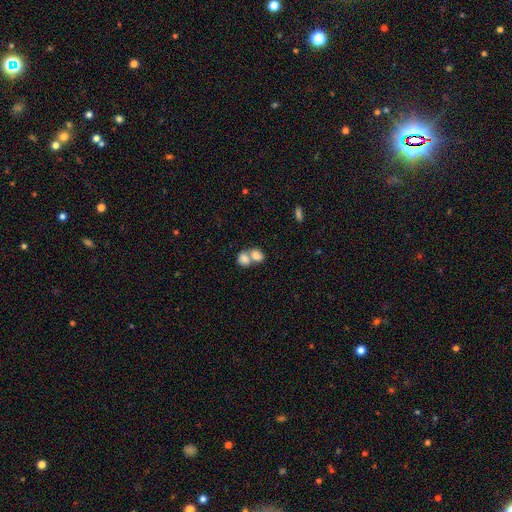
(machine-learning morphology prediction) Q: Smooth or featured?
A: smooth (80%); runner-up: featured or disk (12%)
Q: How rounded?
A: in between (64%); runner-up: round (34%)
Q: Merging?
A: merger (70%); runner-up: none (22%)